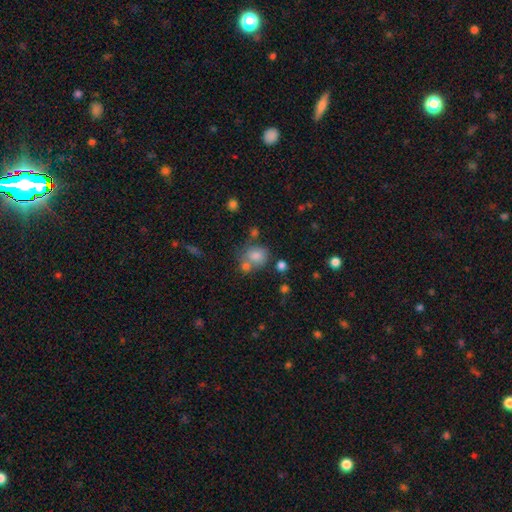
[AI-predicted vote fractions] This is likely a smooth galaxy (74%). How rounded: likely round (70%). Merging: possibly none (52%).